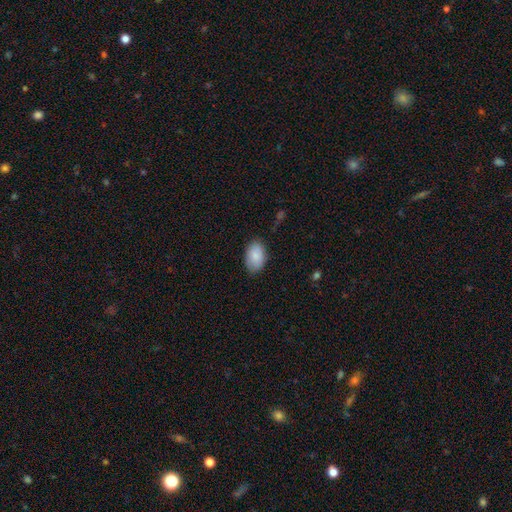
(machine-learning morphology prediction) smooth_or_featured: smooth (p=0.86) [alt: featured or disk p=0.08]
how_rounded: in between (p=0.92) [alt: round p=0.07]
merging: none (p=0.81) [alt: minor disturbance p=0.15]